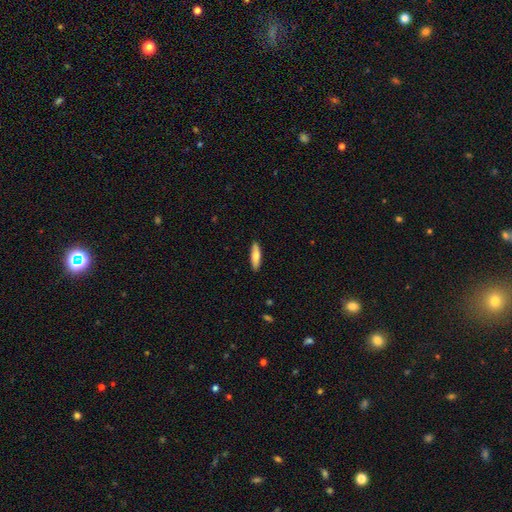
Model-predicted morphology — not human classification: The model was most divided on "how rounded": cigar-shaped: 67%, in between: 32%, round: 2%. More confident: merging — none (89%); smooth or featured — smooth (76%).